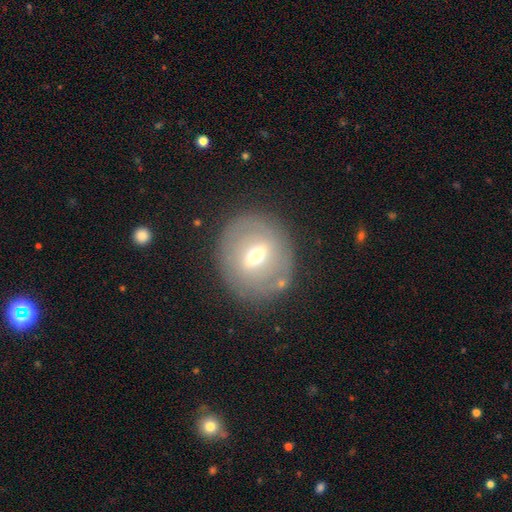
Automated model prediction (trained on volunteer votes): Smooth or featured? featured or disk (50%)
Merging? none (81%)